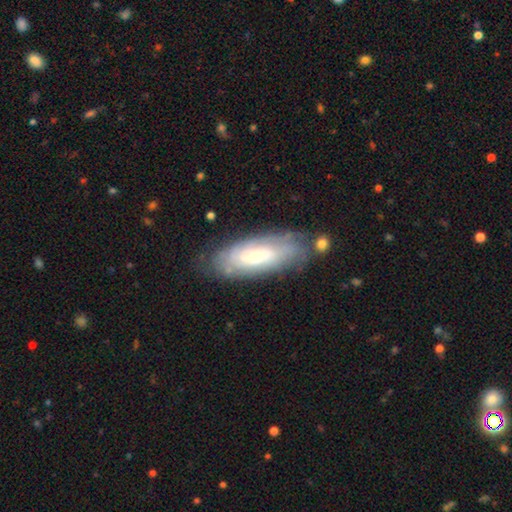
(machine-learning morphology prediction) smooth_or_featured: featured or disk (p=0.62) [alt: smooth p=0.31]
disk_edge_on: no (p=0.85) [alt: yes p=0.15]
bar: no (p=0.69) [alt: weak p=0.25]
has_spiral_arms: yes (p=0.79) [alt: no p=0.21]
bulge_size: small (p=0.50) [alt: moderate p=0.39]
merging: none (p=0.70) [alt: minor disturbance p=0.19]